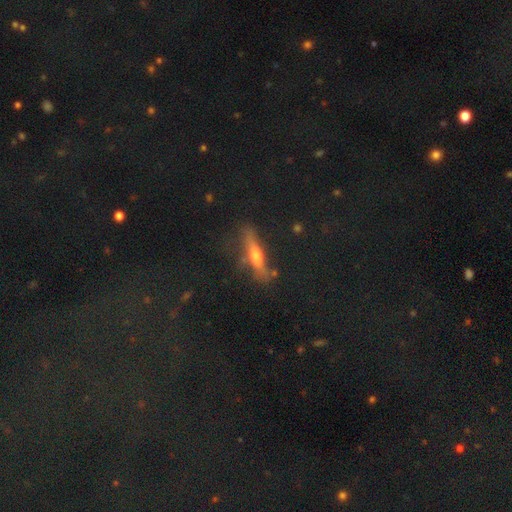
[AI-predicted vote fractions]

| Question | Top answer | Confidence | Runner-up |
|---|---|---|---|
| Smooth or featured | featured or disk | 50% | smooth (35%) |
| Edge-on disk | yes | 86% | no (14%) |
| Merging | none | 72% | minor disturbance (17%) |